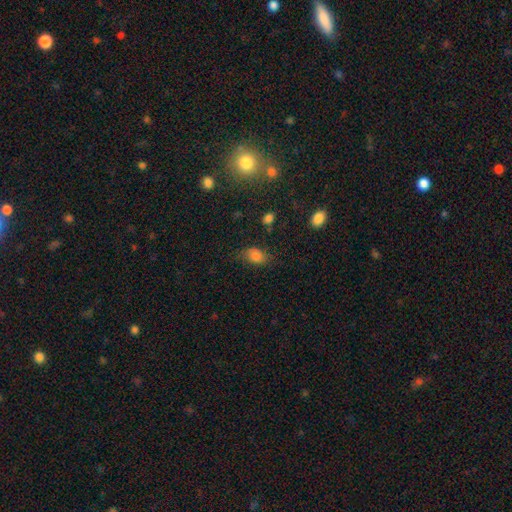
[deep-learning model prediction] Smooth or featured? smooth (79%)
How rounded? in between (78%)
Merging? none (64%)